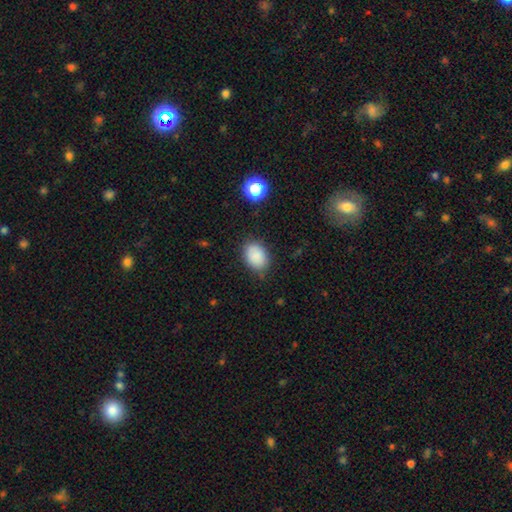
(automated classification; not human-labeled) smooth_or_featured: smooth (p=0.87) [alt: star or artifact p=0.09]
how_rounded: in between (p=0.75) [alt: round p=0.24]
merging: none (p=0.79) [alt: minor disturbance p=0.16]